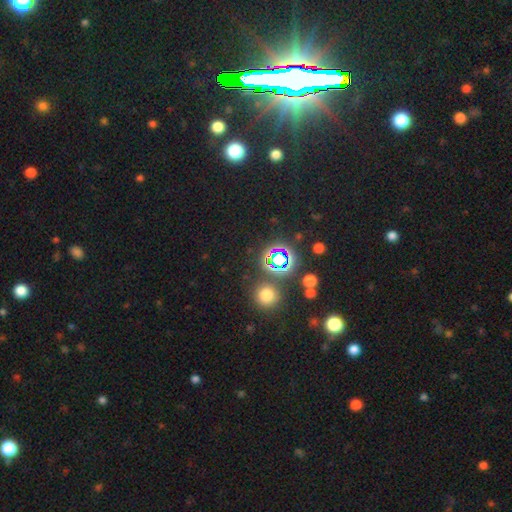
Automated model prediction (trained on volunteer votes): Q: Smooth or featured?
A: star or artifact (75%); runner-up: smooth (17%)